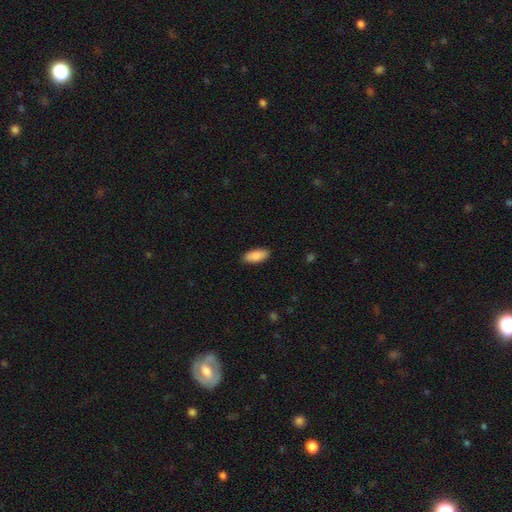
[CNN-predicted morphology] Smooth or featured? Predicted: smooth (p=0.88). How rounded? Predicted: in between (p=0.85). Merging? Predicted: none (p=0.88).